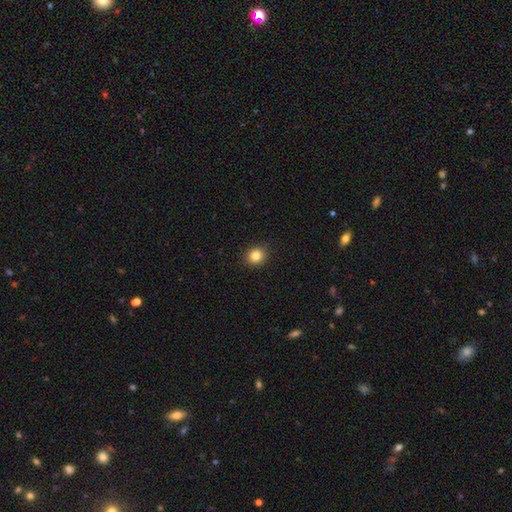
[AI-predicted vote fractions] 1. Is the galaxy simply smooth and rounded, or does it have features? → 83% smooth, 11% star or artifact, 6% featured or disk.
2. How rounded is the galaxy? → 80% round, 19% in between, 1% cigar-shaped.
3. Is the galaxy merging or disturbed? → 91% none, 7% minor disturbance, 2% major disturbance, 1% merger.